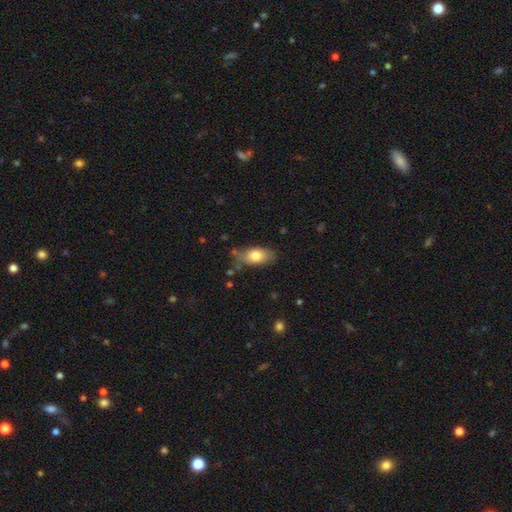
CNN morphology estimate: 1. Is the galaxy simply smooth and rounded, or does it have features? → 78% smooth, 15% featured or disk, 7% star or artifact.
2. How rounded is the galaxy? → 88% in between, 7% cigar-shaped, 6% round.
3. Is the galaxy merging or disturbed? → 67% none, 23% minor disturbance, 6% major disturbance, 4% merger.